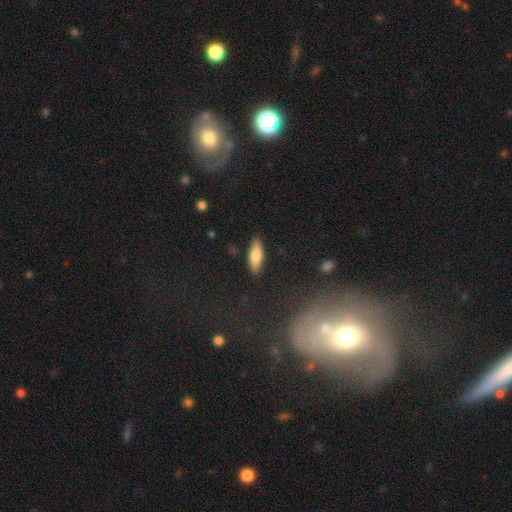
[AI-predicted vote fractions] Smooth or featured?
  - smooth: 80% *
  - featured or disk: 14%
  - star or artifact: 6%
How rounded?
  - in between: 58% *
  - cigar-shaped: 40%
  - round: 2%
Merging?
  - none: 87% *
  - minor disturbance: 10%
  - major disturbance: 2%
  - merger: 1%